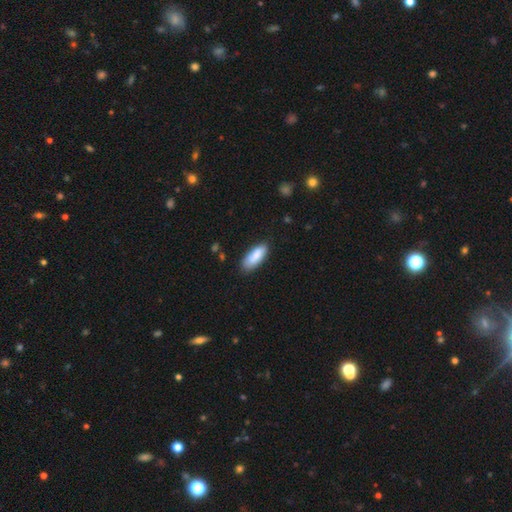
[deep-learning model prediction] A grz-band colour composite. It shows a smooth galaxy with no disk features (85%) that is in between round and cigar-shaped (78%). Merging: none (78%).